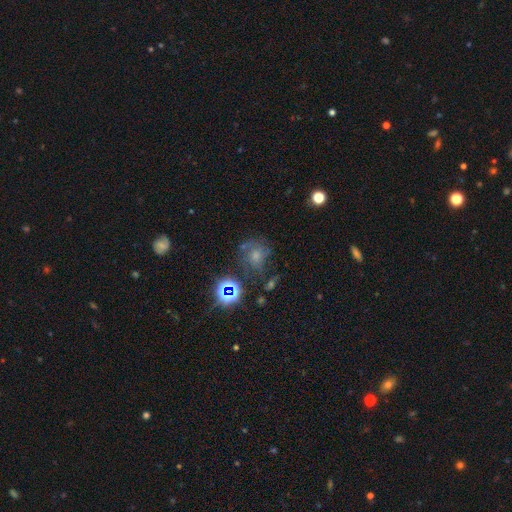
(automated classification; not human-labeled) A smooth galaxy with no disk features (45%).

Vote fractions:
- Smooth or featured? smooth: 45% / featured or disk: 28% / star or artifact: 27%
- Merging? none: 52% / minor disturbance: 22% / major disturbance: 17% / merger: 9%